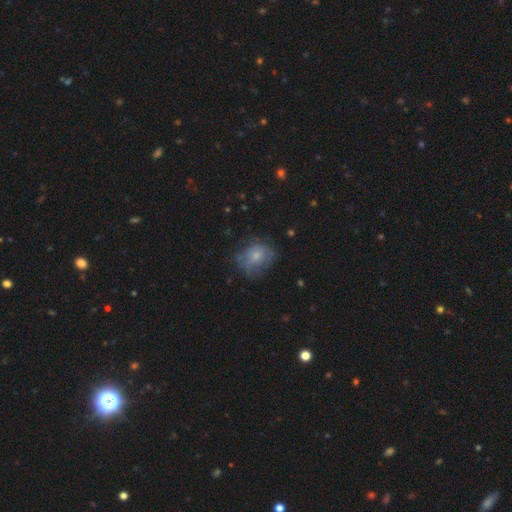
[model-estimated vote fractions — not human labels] This appears to be a smooth galaxy with no disk features (60%) that is round (59%). Merging: none (55%).